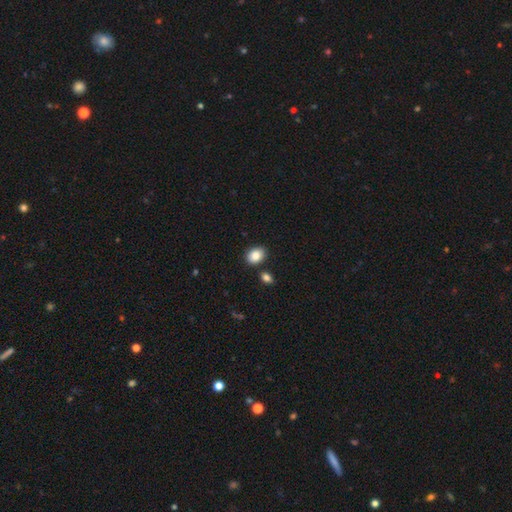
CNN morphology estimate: Smooth or featured? Predicted: smooth (p=0.86). How rounded? Predicted: in between (p=0.64). Merging? Predicted: none (p=0.82).